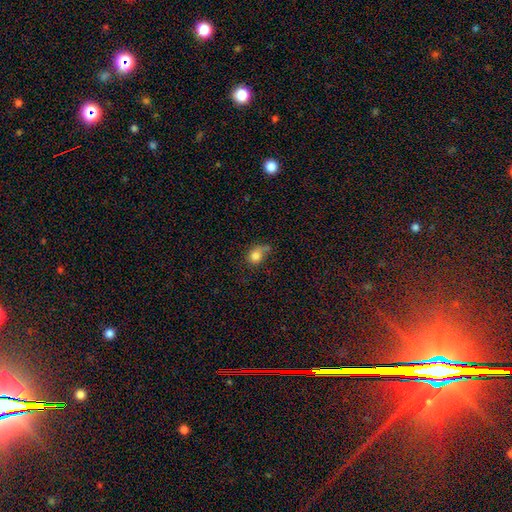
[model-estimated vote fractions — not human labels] Morphology: type=smooth (80%); roundness=round (68%); merging=none (44%).